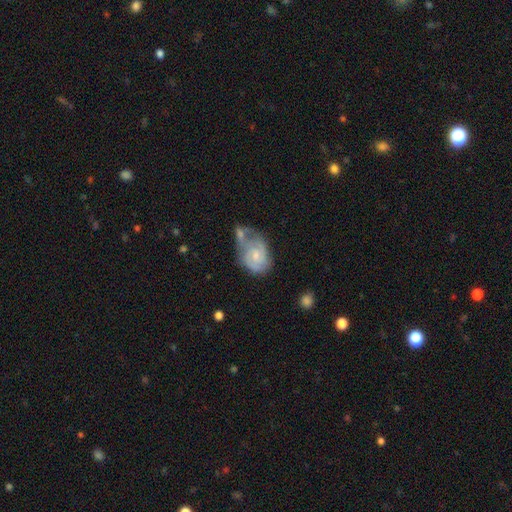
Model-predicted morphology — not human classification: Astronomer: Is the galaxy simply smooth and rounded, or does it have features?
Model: featured or disk — 65%.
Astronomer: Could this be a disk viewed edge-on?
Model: no — 97%.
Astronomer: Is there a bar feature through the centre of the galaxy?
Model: no — 57% (runner-up: weak, 38%).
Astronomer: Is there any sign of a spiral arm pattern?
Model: yes — 84%.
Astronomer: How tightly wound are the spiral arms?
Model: tight — 46% (runner-up: medium, 40%).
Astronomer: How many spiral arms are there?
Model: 2 — 49% (runner-up: can't tell, 29%).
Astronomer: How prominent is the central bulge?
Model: small — 53% (runner-up: moderate, 35%).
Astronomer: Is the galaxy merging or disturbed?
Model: merger — 36% (runner-up: none, 26%).